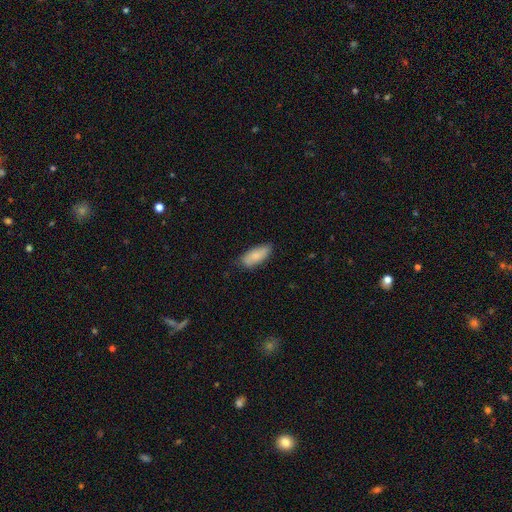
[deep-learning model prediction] Smooth or featured: smooth — 83% (featured or disk — 11%)
How rounded: in between — 81% (cigar-shaped — 18%)
Merging: none — 75% (minor disturbance — 21%)